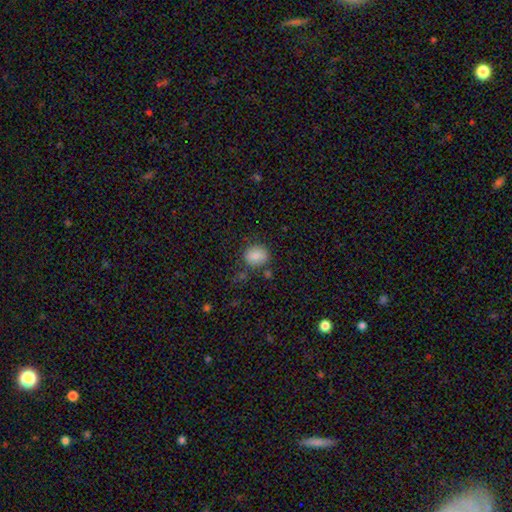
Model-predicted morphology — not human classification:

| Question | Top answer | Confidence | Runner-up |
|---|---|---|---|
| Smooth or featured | smooth | 85% | star or artifact (9%) |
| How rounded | round | 63% | in between (36%) |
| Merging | none | 74% | minor disturbance (15%) |